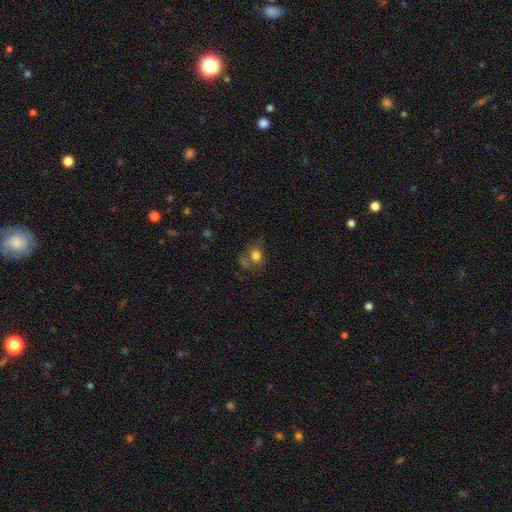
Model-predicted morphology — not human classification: smooth 75%, star or artifact 13%, featured or disk 12%. Down the decision tree: how rounded — round (63%); merging — none (48%).